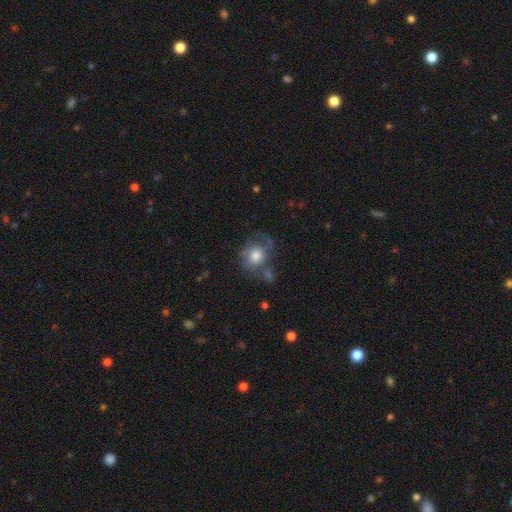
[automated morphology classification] type=smooth (64%); roundness=round (73%); merging=none (45%).